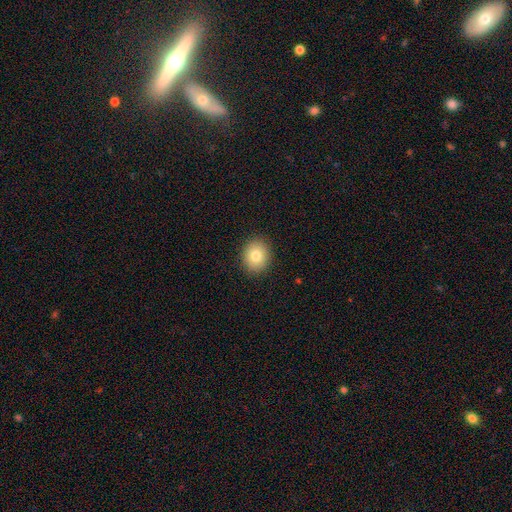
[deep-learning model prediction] Smooth or featured? smooth (81%)
How rounded? round (64%)
Merging? none (90%)